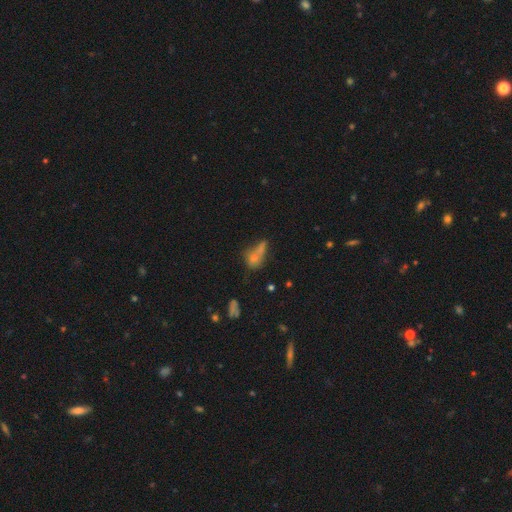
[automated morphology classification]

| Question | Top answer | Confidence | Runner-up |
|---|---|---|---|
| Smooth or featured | smooth | 64% | star or artifact (18%) |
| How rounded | in between | 49% | round (39%) |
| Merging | merger | 41% | none (36%) |